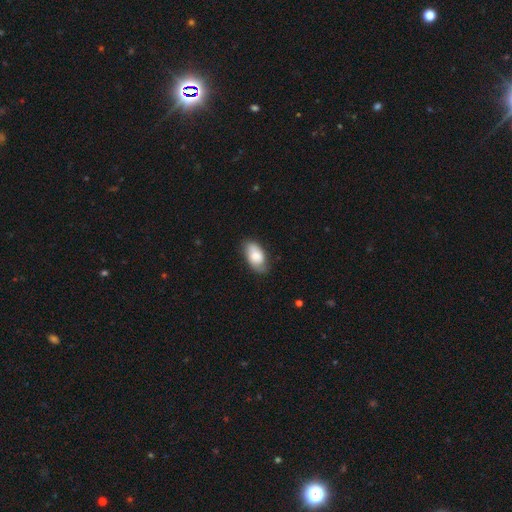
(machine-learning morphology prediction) This appears to be a smooth galaxy with no disk features (76%) that is in between round and cigar-shaped (94%). Merging: none (71%).